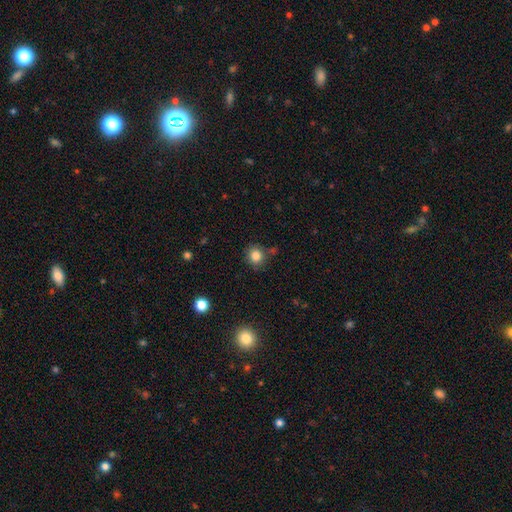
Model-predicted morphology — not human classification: smooth 84%, star or artifact 11%, featured or disk 5%. Down the decision tree: how rounded — round (83%); merging — none (77%).